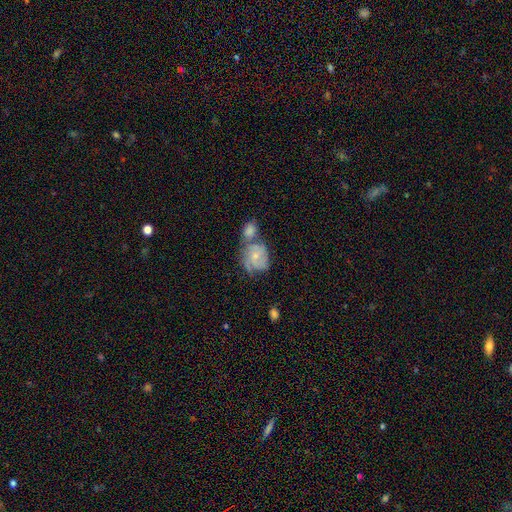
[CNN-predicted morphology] Smooth or featured: featured or disk — 58% (smooth — 33%)
Edge-on disk: no — 97% (yes — 3%)
Bar: no — 74% (weak — 22%)
Spiral arms: yes — 82% (no — 18%)
Bulge size: small — 63% (moderate — 30%)
Merging: merger — 43% (none — 31%)